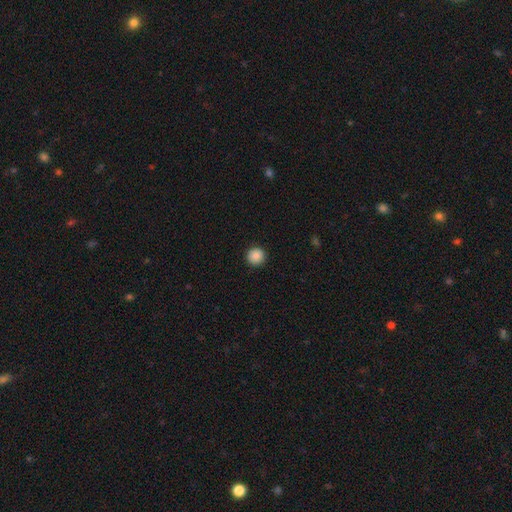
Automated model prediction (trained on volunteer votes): Smooth or featured? smooth (87%)
How rounded? round (95%)
Merging? none (92%)